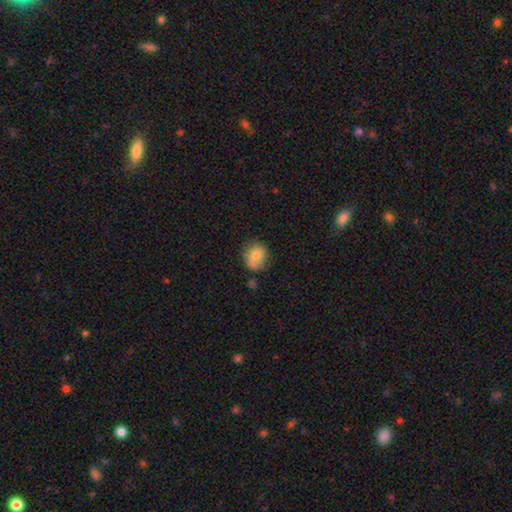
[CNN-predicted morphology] Smooth or featured?
  - smooth: 76% *
  - featured or disk: 15%
  - star or artifact: 8%
How rounded?
  - round: 71% *
  - in between: 28%
  - cigar-shaped: 1%
Merging?
  - none: 65% *
  - minor disturbance: 24%
  - major disturbance: 7%
  - merger: 3%